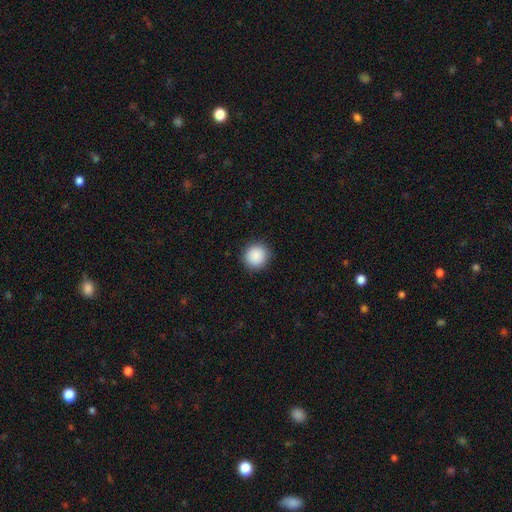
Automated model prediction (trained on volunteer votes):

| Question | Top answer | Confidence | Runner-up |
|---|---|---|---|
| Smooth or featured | smooth | 89% | star or artifact (8%) |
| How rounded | round | 92% | in between (7%) |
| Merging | none | 91% | minor disturbance (6%) |